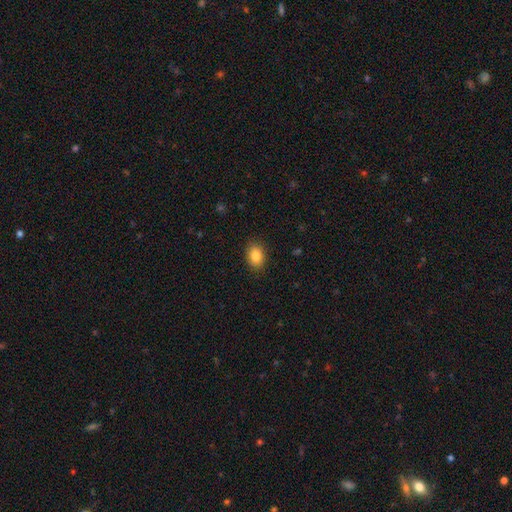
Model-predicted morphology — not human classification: A smooth galaxy with no disk features (85%) that is in between round and cigar-shaped (74%).

Vote fractions:
- Smooth or featured? smooth: 85% / star or artifact: 9% / featured or disk: 6%
- How rounded? in between: 74% / round: 25% / cigar-shaped: 1%
- Merging? none: 89% / minor disturbance: 8% / major disturbance: 2% / merger: 1%